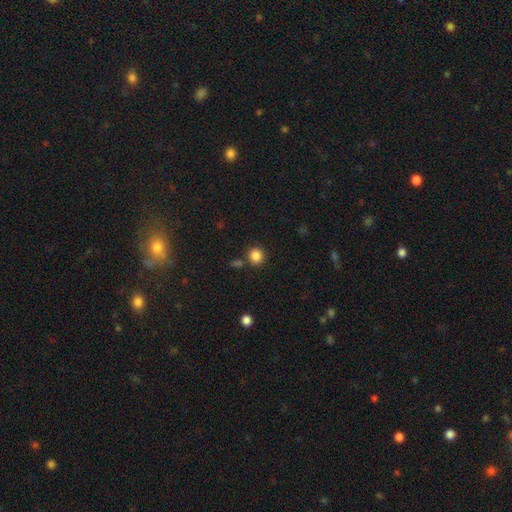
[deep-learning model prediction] Q: Smooth or featured?
A: smooth (85%); runner-up: star or artifact (11%)
Q: How rounded?
A: round (90%); runner-up: in between (9%)
Q: Merging?
A: none (82%); runner-up: minor disturbance (8%)